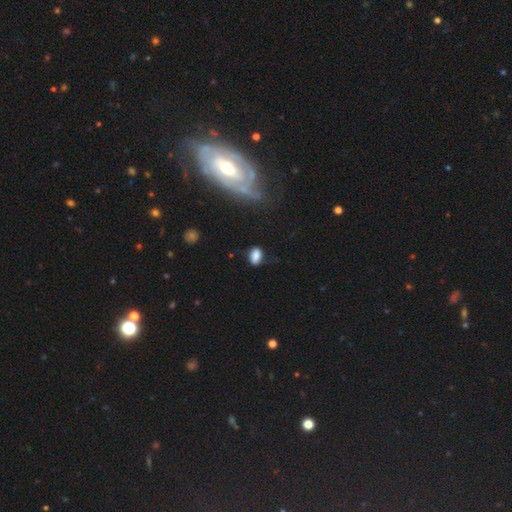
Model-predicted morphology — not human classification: Smooth or featured? smooth (82%)
How rounded? in between (86%)
Merging? none (66%)